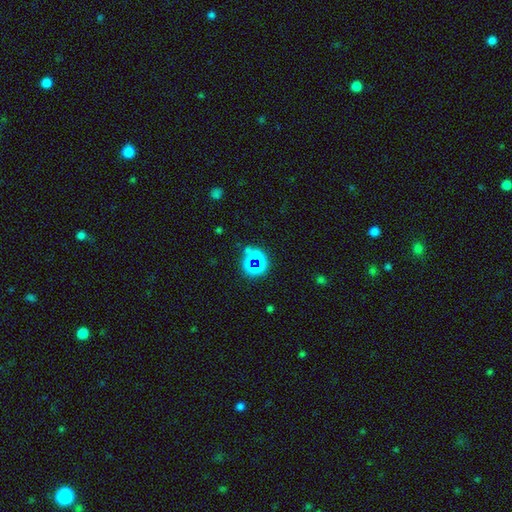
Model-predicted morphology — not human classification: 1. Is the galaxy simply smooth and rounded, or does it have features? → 61% star or artifact, 28% smooth, 11% featured or disk.